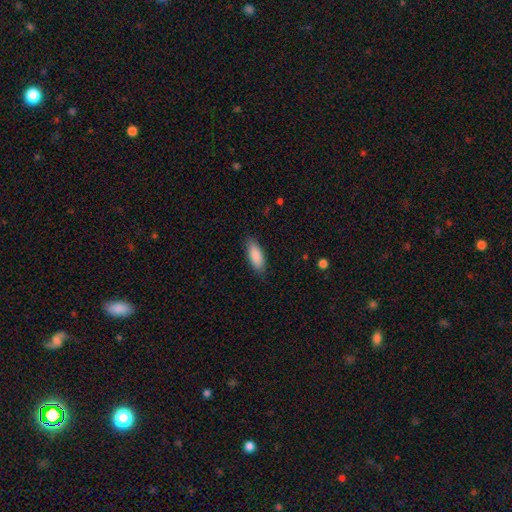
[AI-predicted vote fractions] The model was most divided on "how rounded": in between: 74%, cigar-shaped: 24%, round: 2%. More confident: smooth or featured — smooth (89%); merging — none (86%).